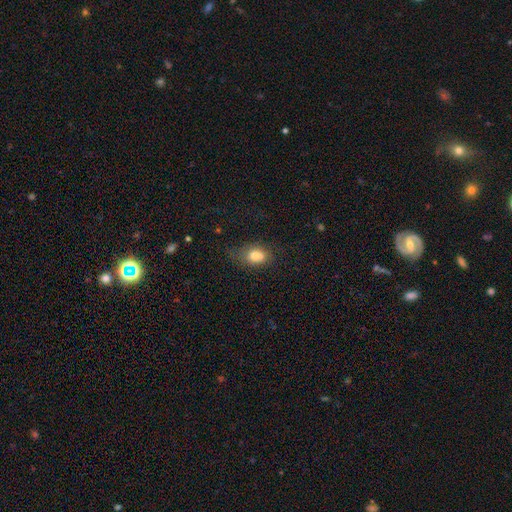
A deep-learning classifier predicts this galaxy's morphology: Smooth or featured? Predicted: smooth (p=0.80). How rounded? Predicted: in between (p=0.84). Merging? Predicted: none (p=0.50).